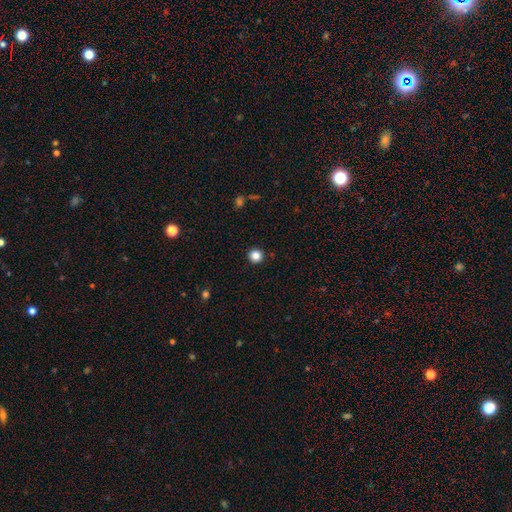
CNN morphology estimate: This is clearly a smooth galaxy (85%). How rounded: clearly round (95%). Merging: clearly none (93%).